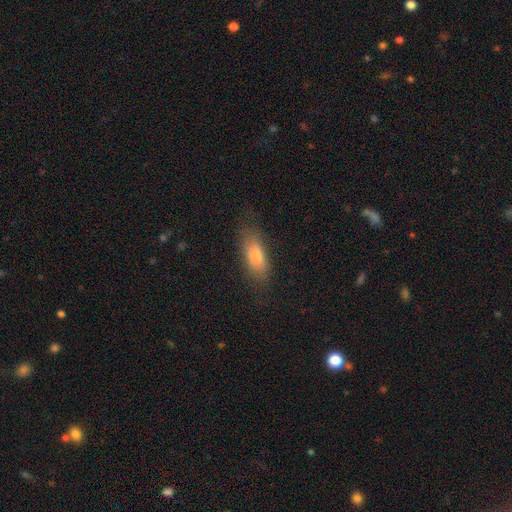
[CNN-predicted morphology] A smooth galaxy with no disk features (75%) that is in between round and cigar-shaped (68%).

Vote fractions:
- Smooth or featured? smooth: 75% / featured or disk: 17% / star or artifact: 8%
- How rounded? in between: 68% / cigar-shaped: 30% / round: 3%
- Merging? none: 70% / minor disturbance: 20% / major disturbance: 8% / merger: 1%